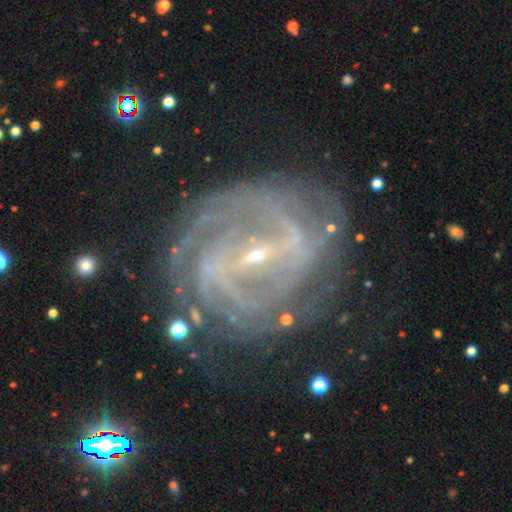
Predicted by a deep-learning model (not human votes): smooth_or_featured: featured or disk (p=0.89) [alt: star or artifact p=0.07]
disk_edge_on: no (p=0.96) [alt: yes p=0.04]
bar: strong (p=0.59) [alt: weak p=0.30]
has_spiral_arms: yes (p=0.95) [alt: no p=0.05]
spiral_winding: tight (p=0.58) [alt: medium p=0.33]
spiral_arm_count: 2 (p=0.28) [alt: can't tell p=0.27]
bulge_size: small (p=0.85) [alt: moderate p=0.11]
merging: none (p=0.70) [alt: minor disturbance p=0.18]